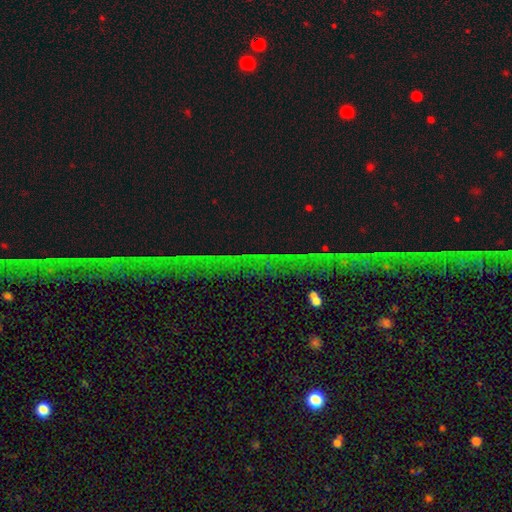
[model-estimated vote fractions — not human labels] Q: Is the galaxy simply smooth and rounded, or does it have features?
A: star or artifact — 84%.